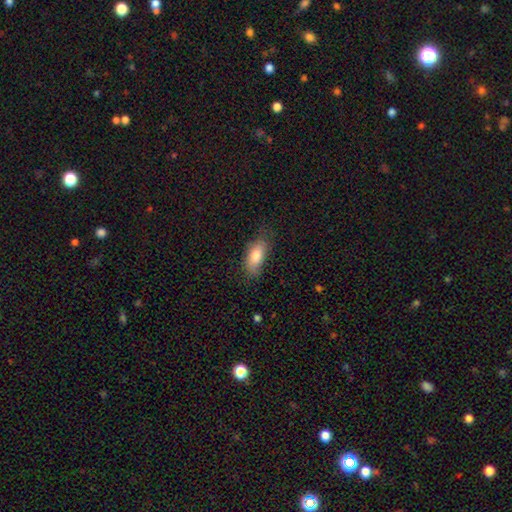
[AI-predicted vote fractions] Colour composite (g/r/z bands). It shows a smooth galaxy with no disk features (81%) that is in between round and cigar-shaped (85%). Merging: none (72%).